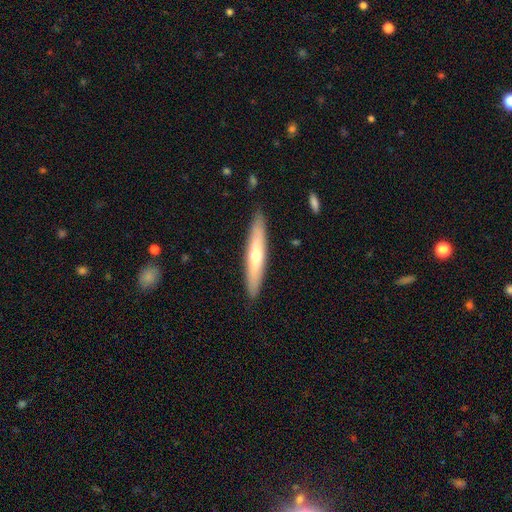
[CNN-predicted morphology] A featured or disk galaxy (48%). Merging: none (89%).